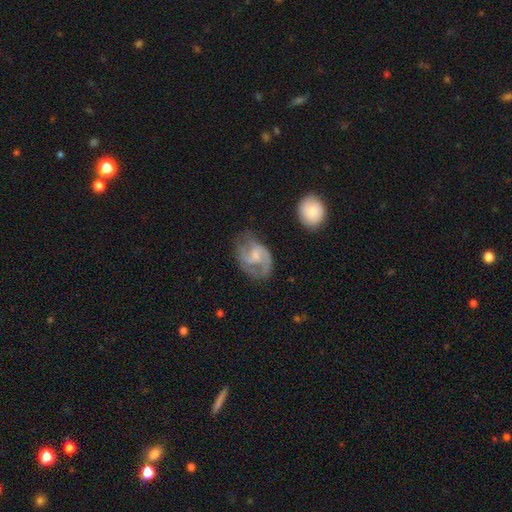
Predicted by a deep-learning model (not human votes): Morphology: type=featured or disk (76%); edge-on=no (97%); bar=weak (46%, tied with no); spiral arms=yes (90%); winding=medium (52%); arm count=2 (70%); bulge=small (45%); merging=none (54%).